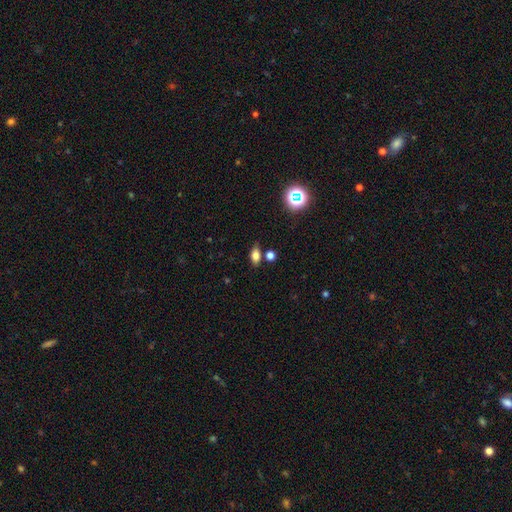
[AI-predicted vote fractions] Smooth or featured?
  - smooth: 74% *
  - star or artifact: 14%
  - featured or disk: 11%
How rounded?
  - in between: 83% *
  - round: 11%
  - cigar-shaped: 6%
Merging?
  - none: 70% *
  - minor disturbance: 16%
  - merger: 11%
  - major disturbance: 4%